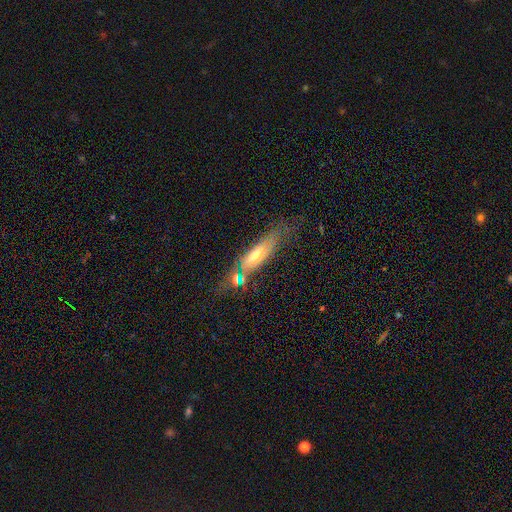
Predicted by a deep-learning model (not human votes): This appears to be a featured or disk galaxy (47%). Merging: none (58%).